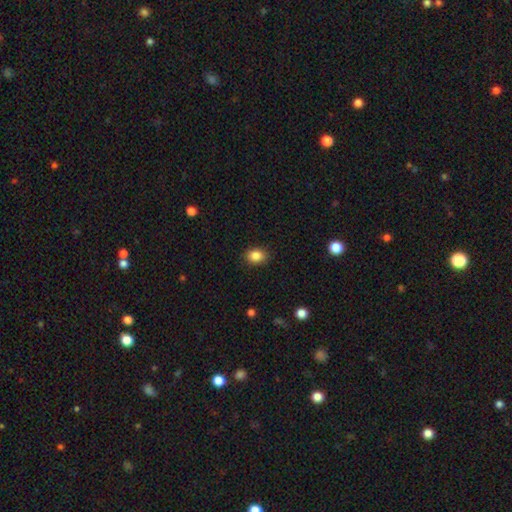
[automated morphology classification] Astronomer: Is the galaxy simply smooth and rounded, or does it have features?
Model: smooth — 86%.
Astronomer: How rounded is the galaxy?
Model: in between — 62% (runner-up: round, 37%).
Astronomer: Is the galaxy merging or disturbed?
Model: none — 88%.